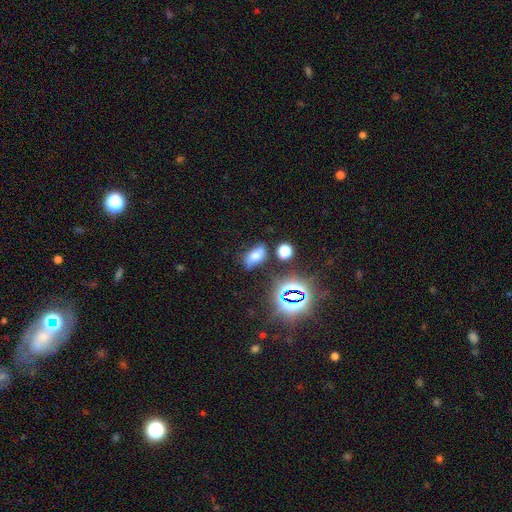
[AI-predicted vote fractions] Smooth or featured? Predicted: smooth (p=0.57). How rounded? Predicted: in between (p=0.85). Merging? Predicted: none (p=0.68).